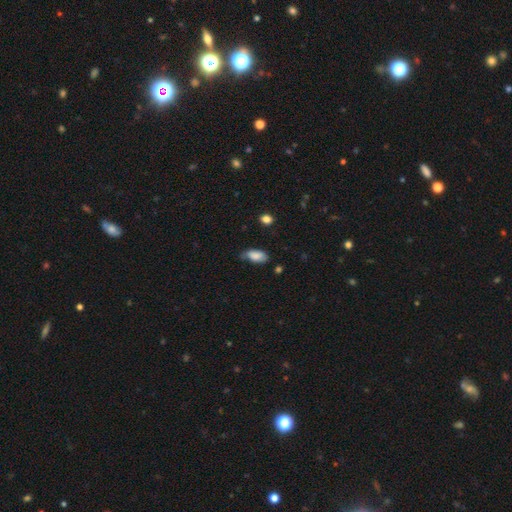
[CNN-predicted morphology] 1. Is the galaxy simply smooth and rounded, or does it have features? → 83% smooth, 10% featured or disk, 7% star or artifact.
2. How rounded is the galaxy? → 90% in between, 7% cigar-shaped, 3% round.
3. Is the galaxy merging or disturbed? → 52% none, 37% minor disturbance, 8% major disturbance, 2% merger.